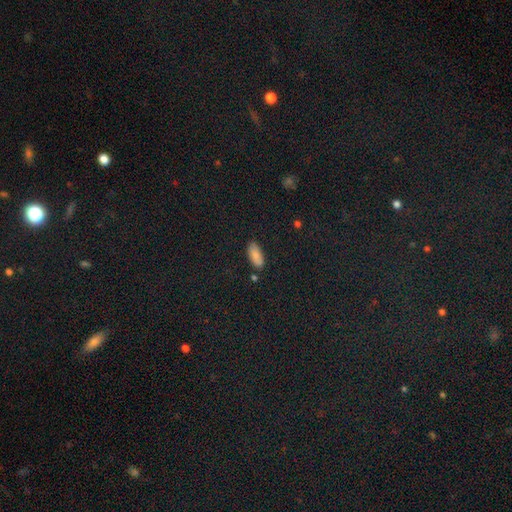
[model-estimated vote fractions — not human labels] This is clearly a smooth galaxy (85%). How rounded: clearly in between (86%). Merging: clearly none (82%).